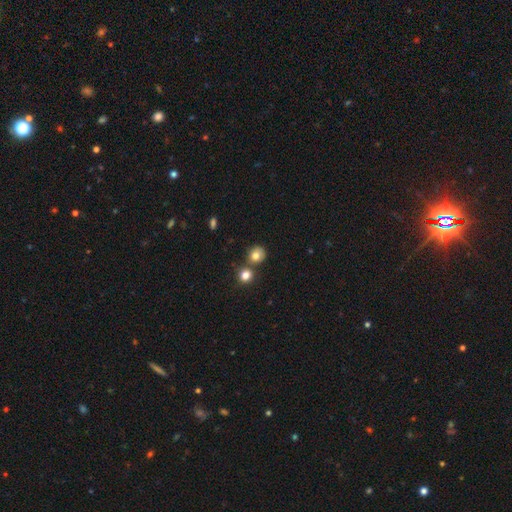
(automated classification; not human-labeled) Overall: smooth (79%). How rounded: round (82%). Merging: none (68%).